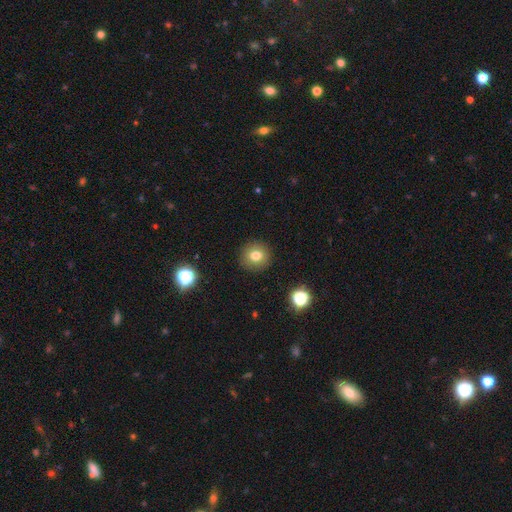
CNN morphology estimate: Smooth or featured? smooth (77%)
How rounded? round (90%)
Merging? none (91%)